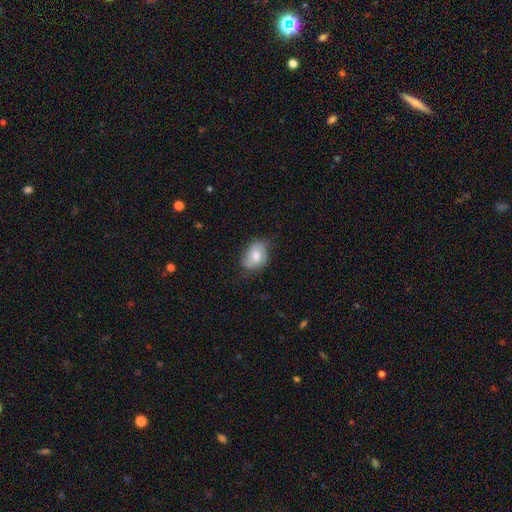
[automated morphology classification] smooth-or-featured: smooth: 66% | featured or disk: 26% | star or artifact: 7%
  how-rounded: in between: 67% | round: 31% | cigar-shaped: 1%
  merging: none: 66% | minor disturbance: 27% | major disturbance: 7% | merger: 1%